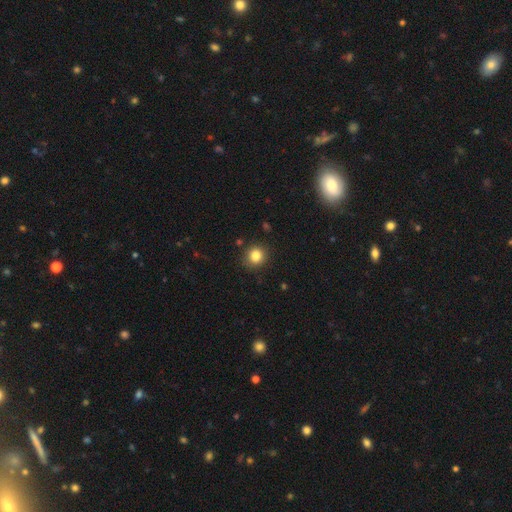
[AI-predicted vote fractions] A smooth galaxy with no disk features (84%) that is round (85%). Merging: none (86%).